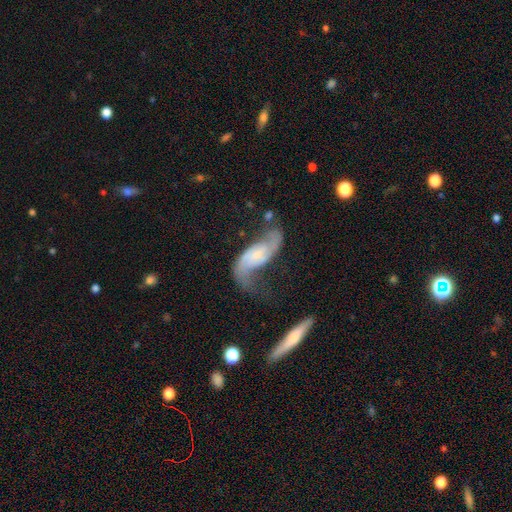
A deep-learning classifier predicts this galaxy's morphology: This is clearly a featured or disk galaxy (83%). It is clearly not viewed edge-on (94%). Bar: possibly no (49%). Spiral arm pattern: clearly yes (95%). Spiral arm count: clearly 2 (90%). Spiral winding: likely loose (68%). Central bulge: possibly small (55%). Merging: possibly none (46%).